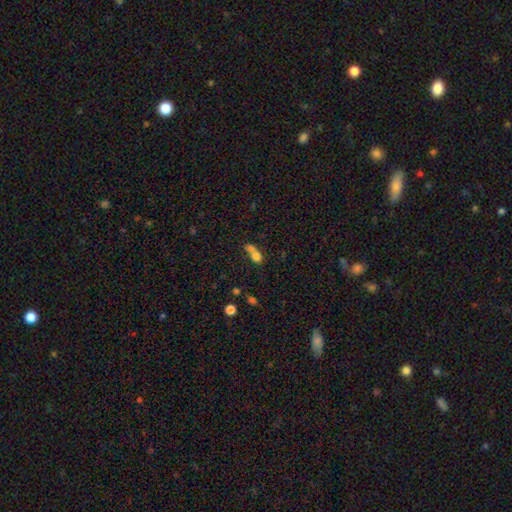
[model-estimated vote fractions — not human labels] A smooth galaxy with no disk features (72%) that is in between round and cigar-shaped (54%).

Vote fractions:
- Smooth or featured? smooth: 72% / featured or disk: 16% / star or artifact: 12%
- How rounded? in between: 54% / round: 42% / cigar-shaped: 4%
- Merging? merger: 65% / none: 22% / minor disturbance: 8% / major disturbance: 6%